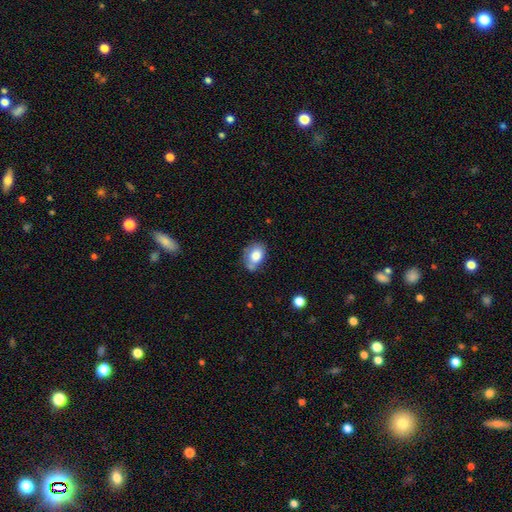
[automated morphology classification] This is likely a smooth galaxy (78%). How rounded: likely in between (74%). Merging: possibly none (52%).